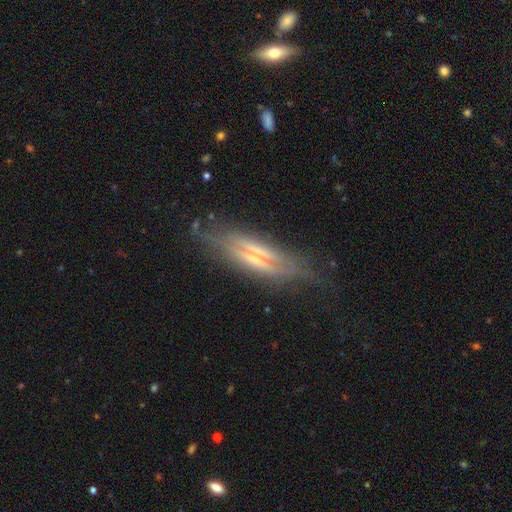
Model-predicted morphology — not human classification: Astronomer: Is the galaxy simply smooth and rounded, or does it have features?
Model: featured or disk — 72%.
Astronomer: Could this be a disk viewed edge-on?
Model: yes — 89%.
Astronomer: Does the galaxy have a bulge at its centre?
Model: rounded — 53%.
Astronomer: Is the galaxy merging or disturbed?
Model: none — 70%.